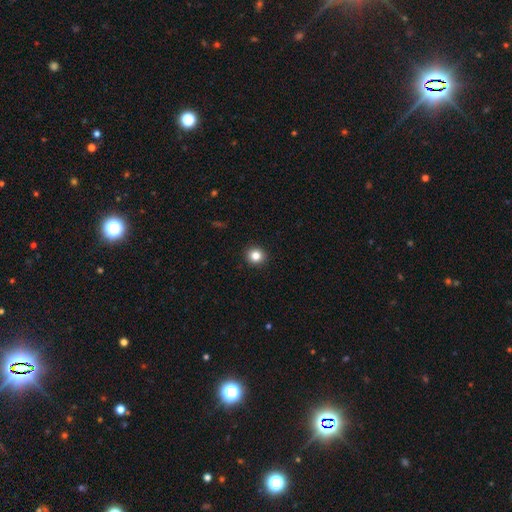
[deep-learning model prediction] smooth_or_featured: smooth (p=0.84) [alt: star or artifact p=0.11]
how_rounded: round (p=0.88) [alt: in between p=0.11]
merging: none (p=0.93) [alt: minor disturbance p=0.05]